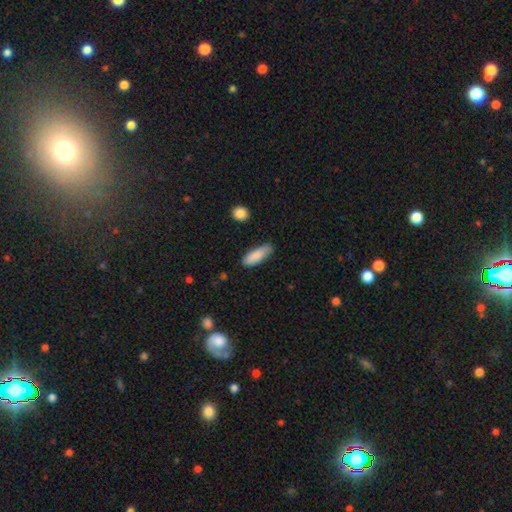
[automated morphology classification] smooth-or-featured: smooth: 87% | featured or disk: 7% | star or artifact: 6%
  how-rounded: in between: 62% | cigar-shaped: 37% | round: 2%
  merging: none: 74% | minor disturbance: 21% | major disturbance: 4% | merger: 2%